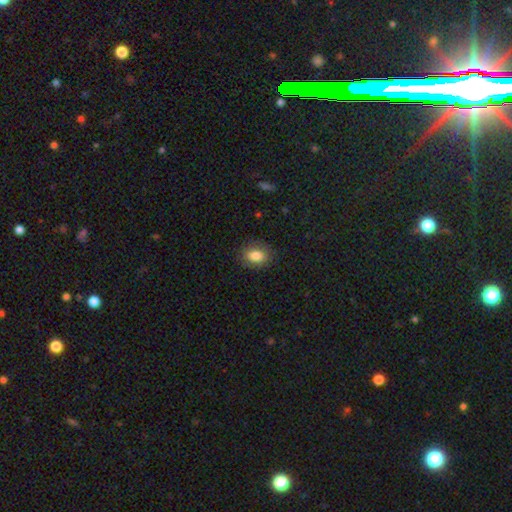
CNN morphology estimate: Smooth or featured? Predicted: smooth (p=0.83). How rounded? Predicted: in between (p=0.72). Merging? Predicted: none (p=0.84).